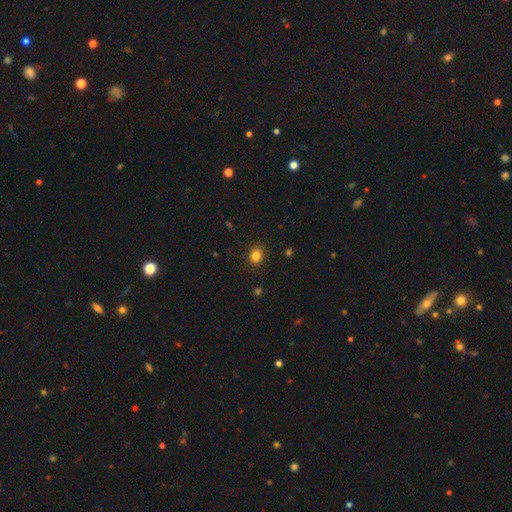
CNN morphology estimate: Smooth or featured?
  - smooth: 84% *
  - star or artifact: 11%
  - featured or disk: 5%
How rounded?
  - round: 56% *
  - in between: 43%
  - cigar-shaped: 1%
Merging?
  - none: 87% *
  - minor disturbance: 9%
  - major disturbance: 3%
  - merger: 1%